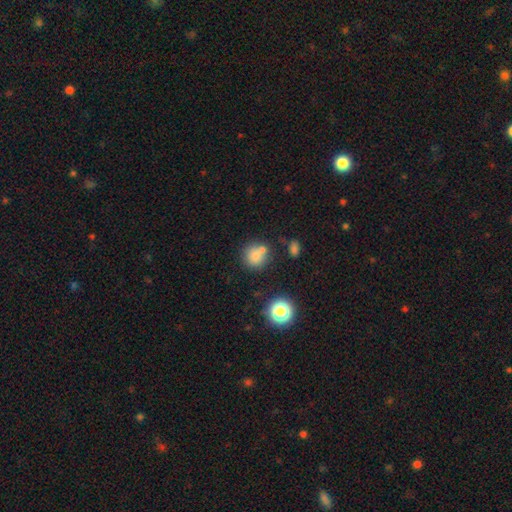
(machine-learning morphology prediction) Q: Smooth or featured?
A: smooth (77%); runner-up: star or artifact (13%)
Q: How rounded?
A: round (86%); runner-up: in between (13%)
Q: Merging?
A: none (59%); runner-up: merger (25%)